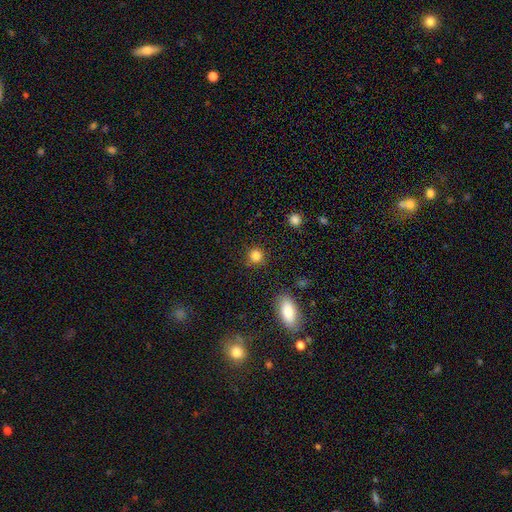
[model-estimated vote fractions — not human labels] Smooth or featured? Predicted: smooth (p=0.84). How rounded? Predicted: round (p=0.90). Merging? Predicted: none (p=0.87).